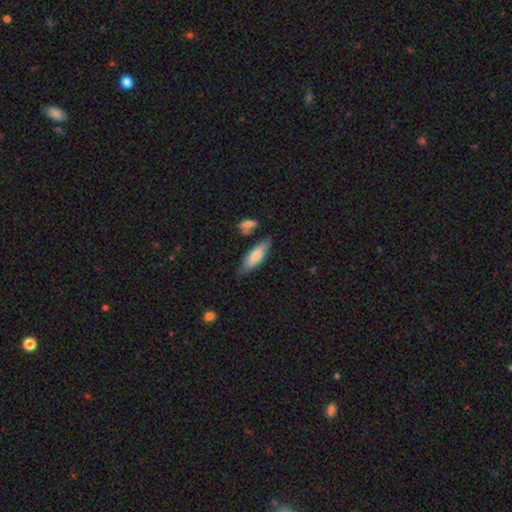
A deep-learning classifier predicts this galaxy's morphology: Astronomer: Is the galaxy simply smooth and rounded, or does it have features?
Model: smooth — 73%.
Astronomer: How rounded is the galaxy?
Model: in between — 57% (runner-up: cigar-shaped, 41%).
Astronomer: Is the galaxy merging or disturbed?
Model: none — 68%.